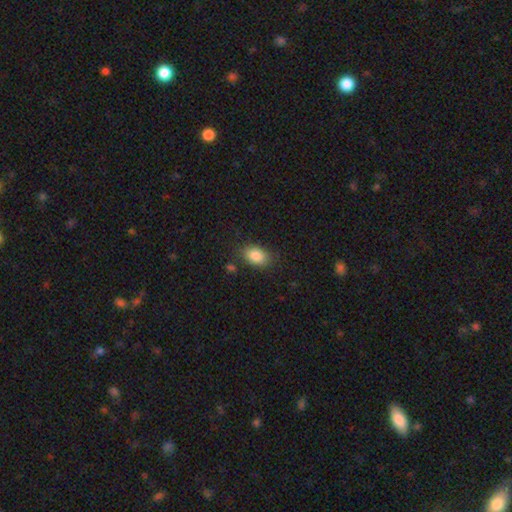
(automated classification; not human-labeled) smooth 85%, star or artifact 8%, featured or disk 6%. Down the decision tree: how rounded — in between (84%); merging — none (80%).